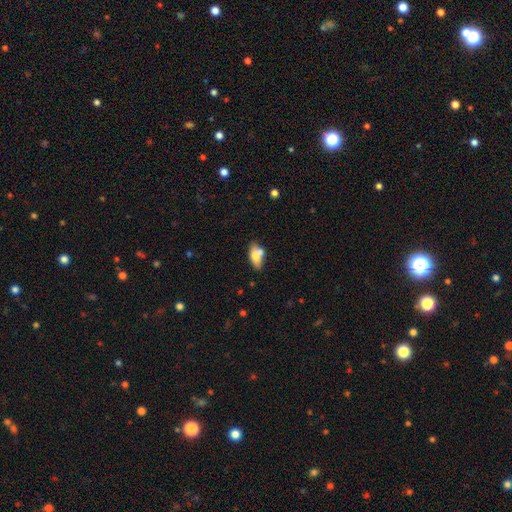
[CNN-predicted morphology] Smooth or featured?
  - smooth: 70% *
  - featured or disk: 23%
  - star or artifact: 7%
How rounded?
  - in between: 84% *
  - cigar-shaped: 12%
  - round: 4%
Merging?
  - none: 57% *
  - merger: 23%
  - minor disturbance: 16%
  - major disturbance: 5%